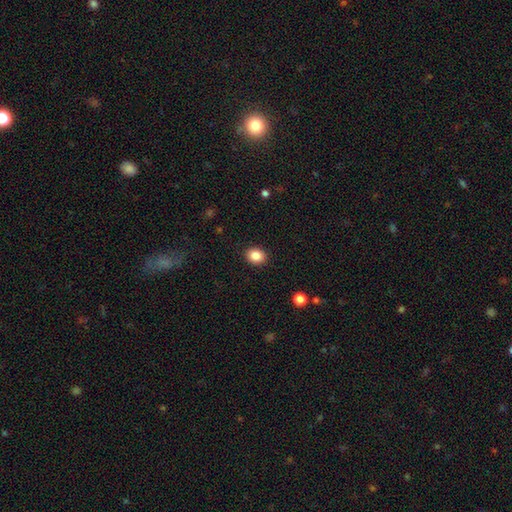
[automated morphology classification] Smooth or featured: smooth — 86% (star or artifact — 10%)
How rounded: round — 60% (in between — 39%)
Merging: none — 91% (minor disturbance — 6%)